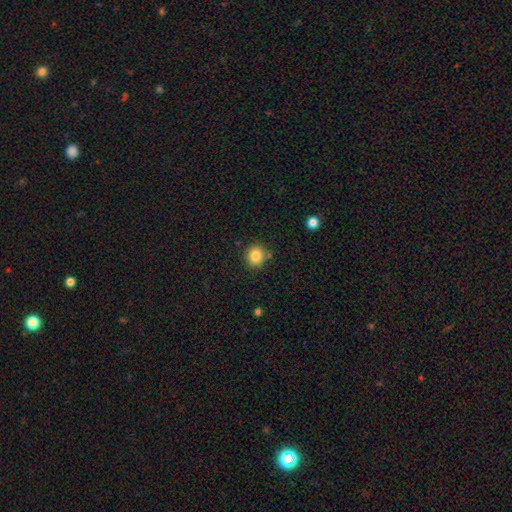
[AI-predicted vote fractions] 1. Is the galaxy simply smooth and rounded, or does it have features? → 84% smooth, 10% star or artifact, 5% featured or disk.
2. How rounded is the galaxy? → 87% round, 12% in between, 1% cigar-shaped.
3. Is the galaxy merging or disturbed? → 84% none, 10% minor disturbance, 4% merger, 3% major disturbance.